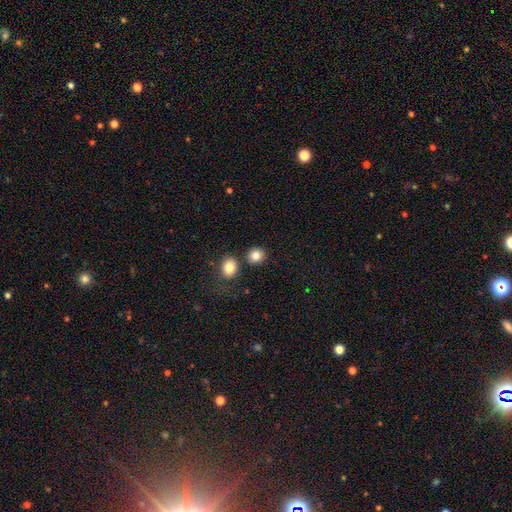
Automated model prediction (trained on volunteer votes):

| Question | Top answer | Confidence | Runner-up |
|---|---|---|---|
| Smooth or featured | smooth | 84% | star or artifact (10%) |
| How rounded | round | 83% | in between (16%) |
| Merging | none | 78% | merger (12%) |